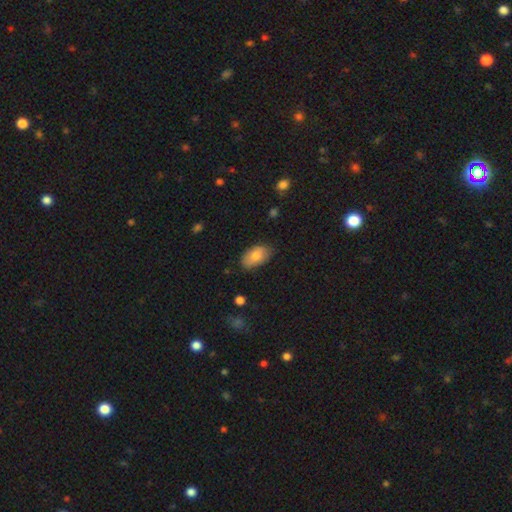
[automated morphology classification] Smooth or featured?
  - smooth: 80% *
  - featured or disk: 13%
  - star or artifact: 7%
How rounded?
  - in between: 94% *
  - round: 5%
  - cigar-shaped: 2%
Merging?
  - none: 77% *
  - minor disturbance: 19%
  - major disturbance: 3%
  - merger: 1%